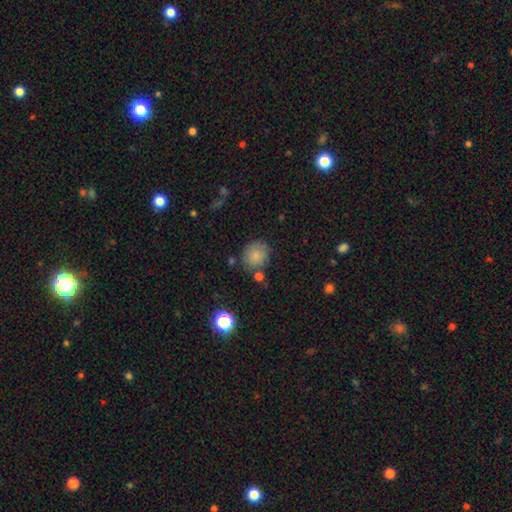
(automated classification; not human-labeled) This is clearly a smooth galaxy (81%). How rounded: clearly round (81%). Merging: likely none (72%).